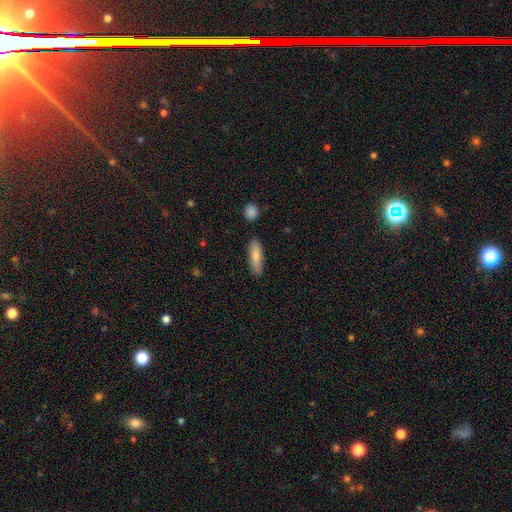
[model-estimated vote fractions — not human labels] smooth 79%, featured or disk 15%, star or artifact 6%. Down the decision tree: how rounded — cigar-shaped (55%); merging — none (81%).